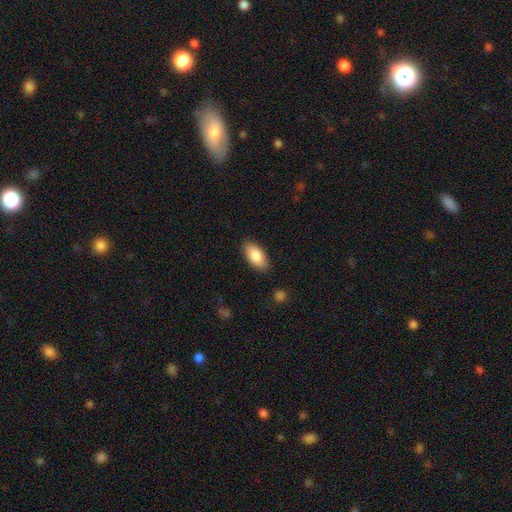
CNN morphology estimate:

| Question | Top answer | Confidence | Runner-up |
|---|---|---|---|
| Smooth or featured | smooth | 86% | featured or disk (8%) |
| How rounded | in between | 92% | cigar-shaped (6%) |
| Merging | none | 87% | minor disturbance (9%) |